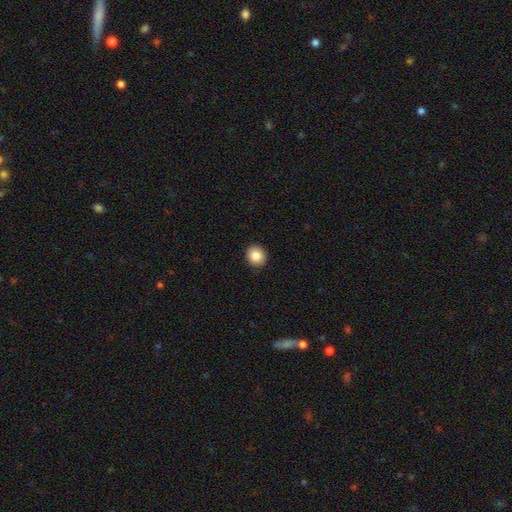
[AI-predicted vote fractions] Overall: smooth (87%). How rounded: round (82%). Merging: none (91%).